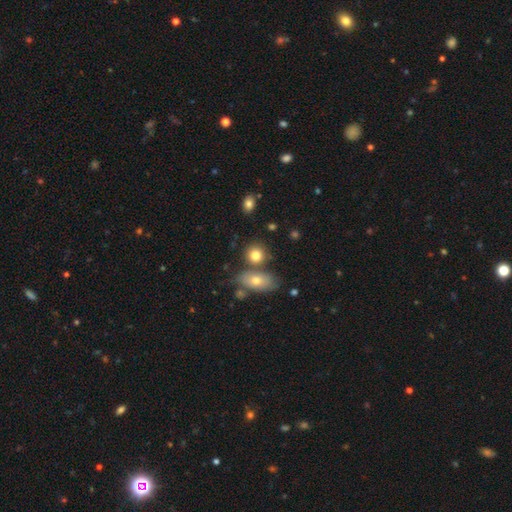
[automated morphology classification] smooth-or-featured: smooth: 79% | featured or disk: 11% | star or artifact: 10%
  how-rounded: round: 73% | in between: 25% | cigar-shaped: 2%
  merging: none: 62% | merger: 23% | minor disturbance: 11% | major disturbance: 4%